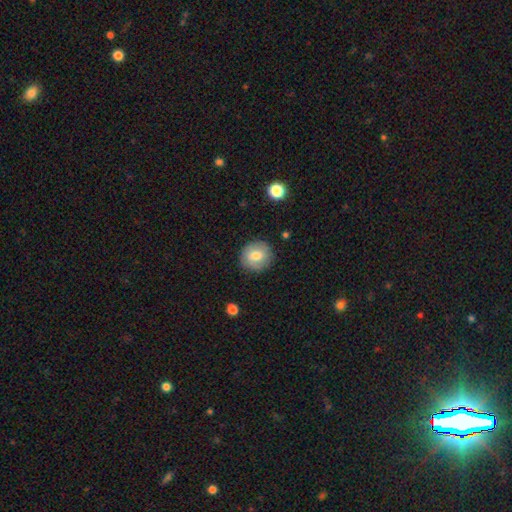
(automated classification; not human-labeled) The model was most divided on "smooth or featured": smooth: 72%, featured or disk: 20%, star or artifact: 8%. More confident: merging — none (86%); how rounded — round (86%).